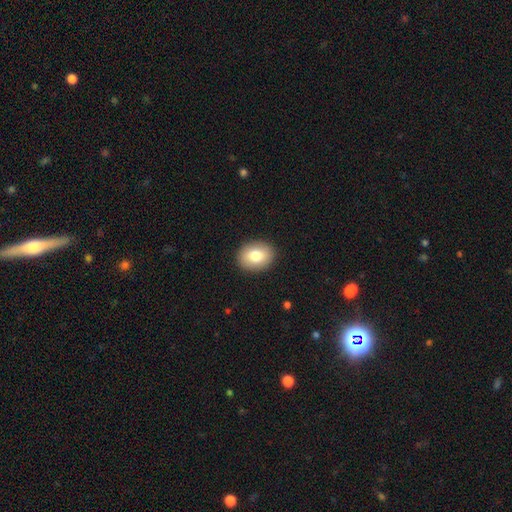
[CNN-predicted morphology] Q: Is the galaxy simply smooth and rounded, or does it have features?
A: smooth — 80%.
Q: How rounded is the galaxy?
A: in between — 65%.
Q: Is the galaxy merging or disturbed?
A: none — 91%.